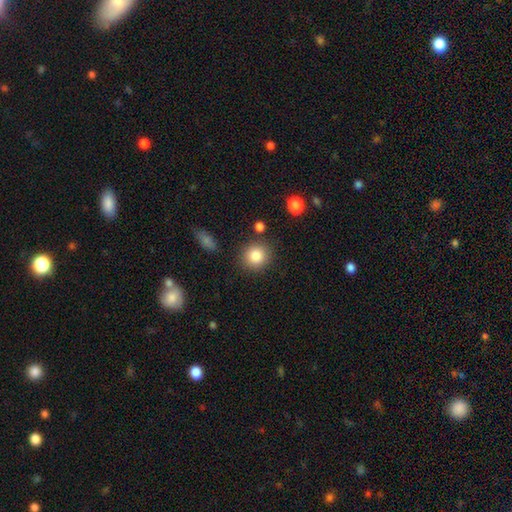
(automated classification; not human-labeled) The model was most divided on "how rounded": round: 87%, in between: 12%, cigar-shaped: 1%. More confident: smooth or featured — smooth (85%); merging — none (84%).